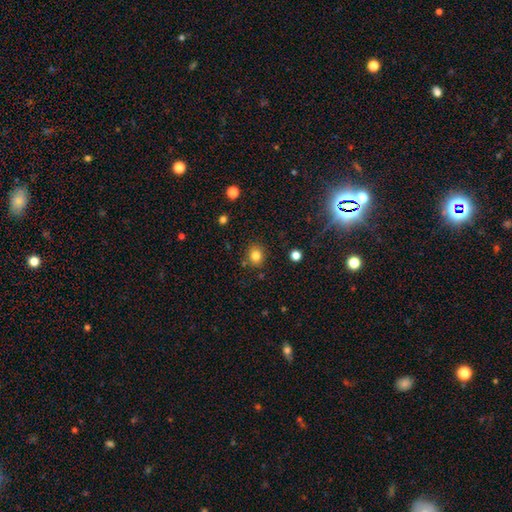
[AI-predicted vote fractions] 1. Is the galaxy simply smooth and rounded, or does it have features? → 82% smooth, 12% star or artifact, 6% featured or disk.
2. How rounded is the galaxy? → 77% round, 22% in between, 1% cigar-shaped.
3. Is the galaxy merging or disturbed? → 85% none, 9% minor disturbance, 4% merger, 3% major disturbance.